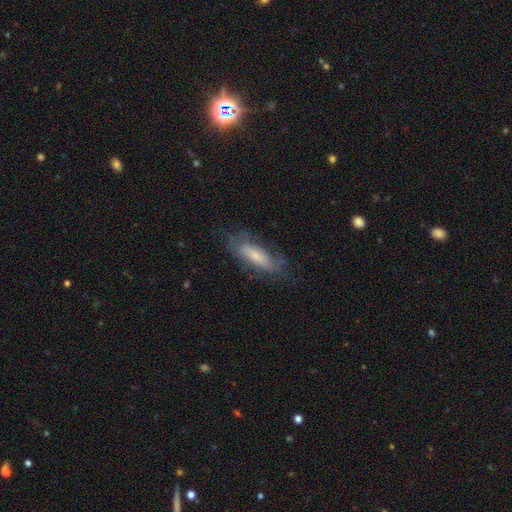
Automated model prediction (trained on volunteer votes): Smooth or featured: smooth — 56% (featured or disk — 36%)
How rounded: in between — 56% (cigar-shaped — 42%)
Merging: none — 65% (minor disturbance — 22%)